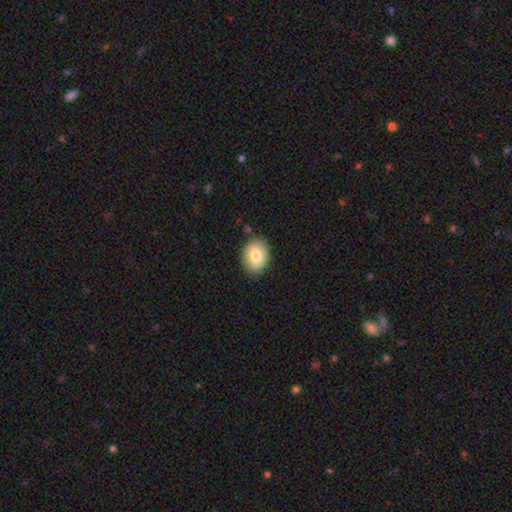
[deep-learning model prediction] A smooth galaxy with no disk features (78%) that is in between round and cigar-shaped (61%). Merging: none (84%).